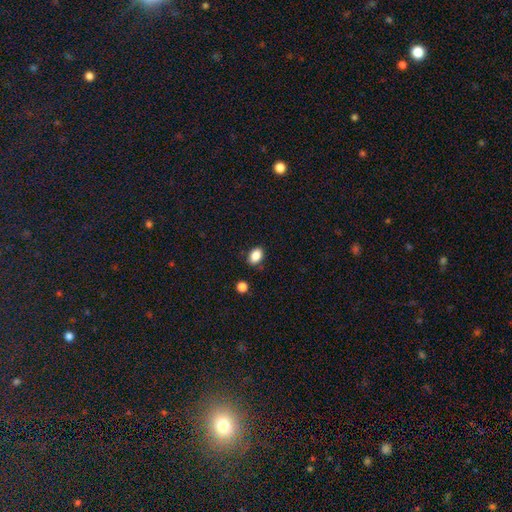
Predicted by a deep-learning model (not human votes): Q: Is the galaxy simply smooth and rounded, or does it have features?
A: smooth — 87%.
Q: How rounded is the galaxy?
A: in between — 83%.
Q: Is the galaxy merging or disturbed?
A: none — 84%.